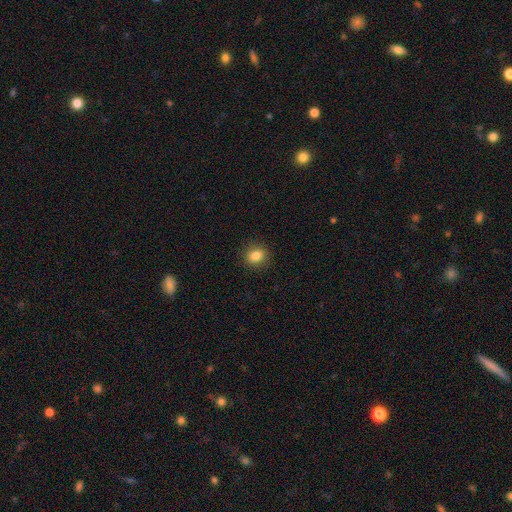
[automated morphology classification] Smooth or featured: smooth — 84% (star or artifact — 10%)
How rounded: round — 66% (in between — 33%)
Merging: none — 89% (minor disturbance — 8%)